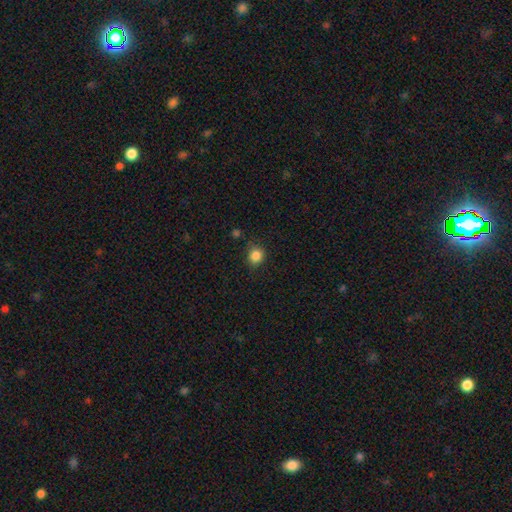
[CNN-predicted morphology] This appears to be a smooth galaxy with no disk features (85%) that is round (80%). Merging: none (82%).